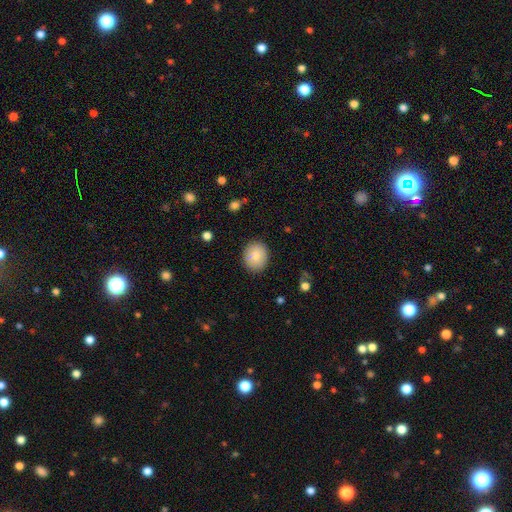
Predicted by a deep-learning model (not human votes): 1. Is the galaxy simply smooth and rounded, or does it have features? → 83% smooth, 10% featured or disk, 7% star or artifact.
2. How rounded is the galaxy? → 59% round, 40% in between, 1% cigar-shaped.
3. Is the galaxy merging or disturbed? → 85% none, 11% minor disturbance, 3% major disturbance, 1% merger.